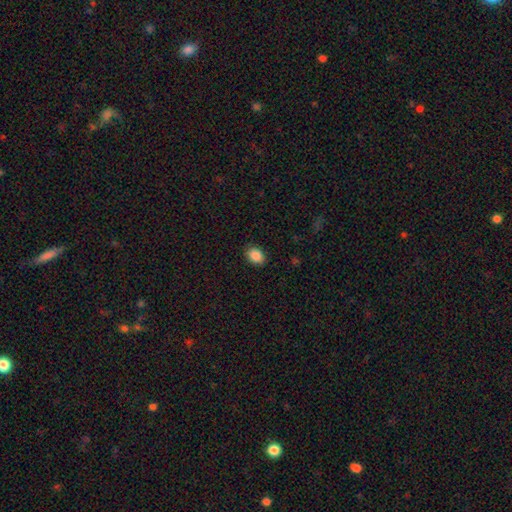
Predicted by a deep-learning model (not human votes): A smooth galaxy with no disk features (87%) that is in between round and cigar-shaped (68%). Merging: none (88%).